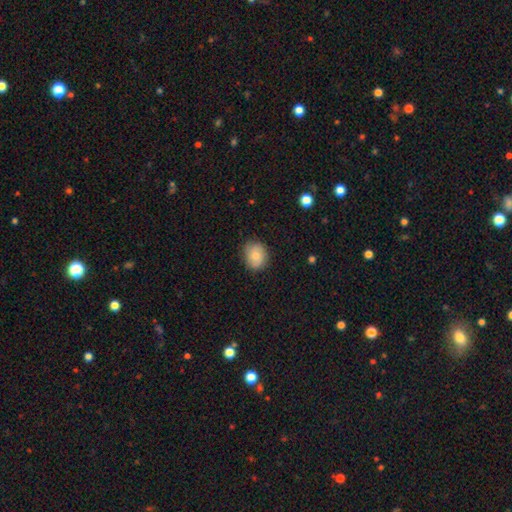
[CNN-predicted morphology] A smooth galaxy with no disk features (78%) that is round (62%). Merging: none (81%).